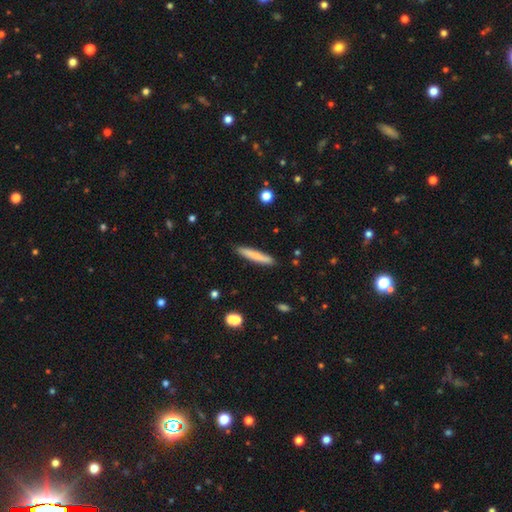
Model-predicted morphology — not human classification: Smooth or featured?
  - smooth: 72% *
  - featured or disk: 21%
  - star or artifact: 6%
How rounded?
  - cigar-shaped: 92% *
  - in between: 6%
  - round: 1%
Merging?
  - none: 88% *
  - minor disturbance: 8%
  - major disturbance: 2%
  - merger: 2%